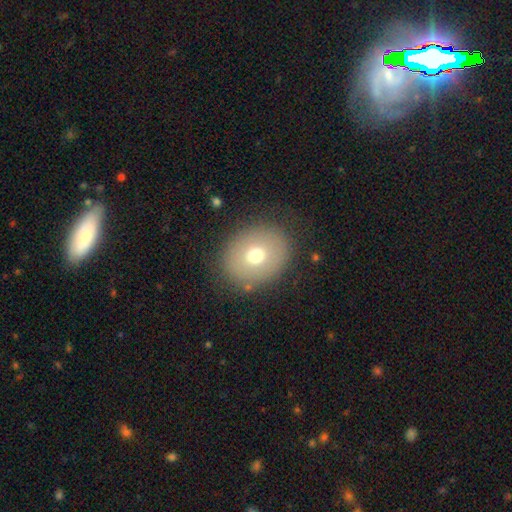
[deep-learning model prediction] This is likely a smooth galaxy (67%). How rounded: likely round (64%). Merging: clearly none (84%).